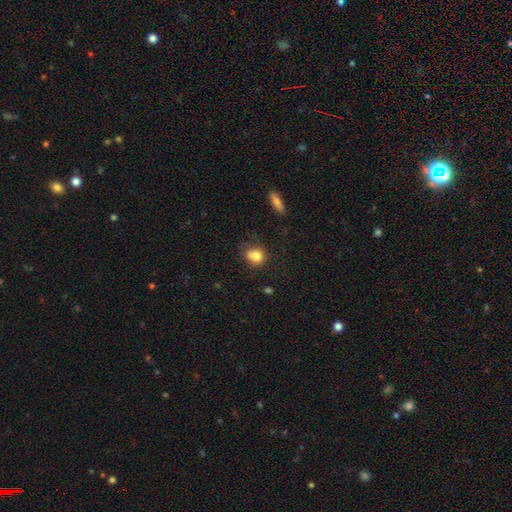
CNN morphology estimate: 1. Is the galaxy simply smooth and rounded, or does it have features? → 81% smooth, 10% star or artifact, 9% featured or disk.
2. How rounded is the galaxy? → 65% round, 34% in between, 1% cigar-shaped.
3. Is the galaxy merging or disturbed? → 52% none, 25% minor disturbance, 12% merger, 10% major disturbance.